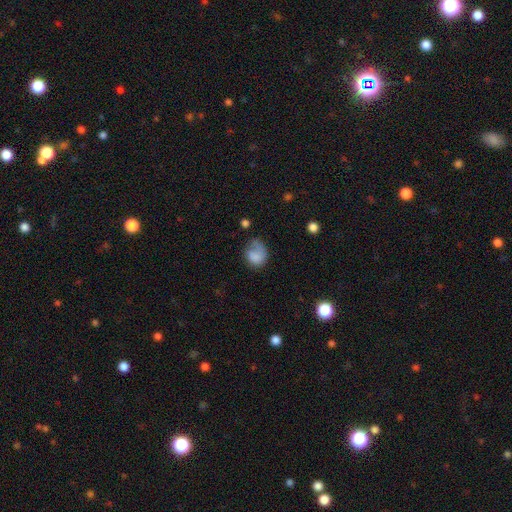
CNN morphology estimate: Q: Smooth or featured?
A: smooth (71%); runner-up: featured or disk (21%)
Q: How rounded?
A: in between (50%); runner-up: round (49%)
Q: Merging?
A: none (35%); runner-up: major disturbance (34%)